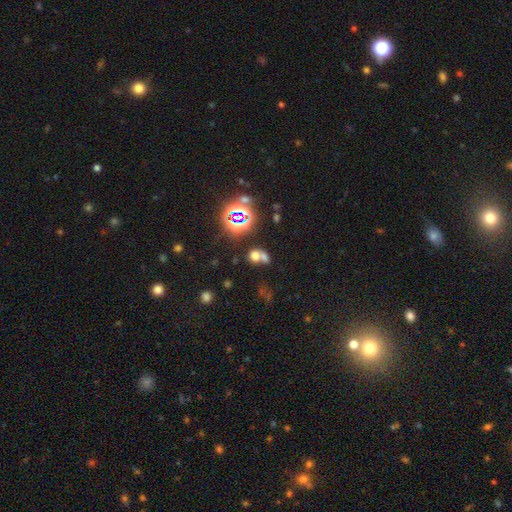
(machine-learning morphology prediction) A smooth galaxy with no disk features (54%) that is round (60%). Merging: merger (51%).